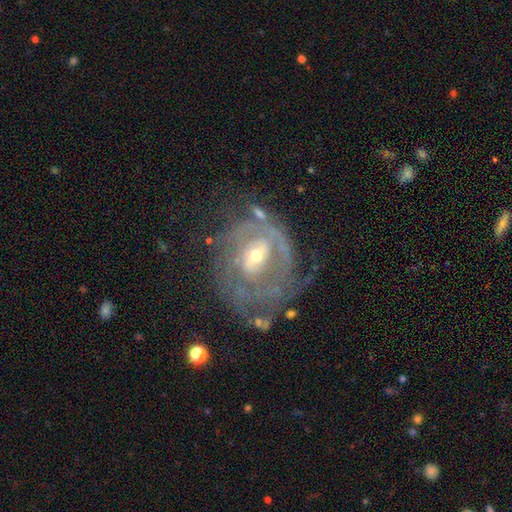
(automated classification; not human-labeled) Smooth or featured? featured or disk (80%)
Edge-on disk? no (96%)
Bar? weak (44%)
Spiral arms? yes (72%)
Spiral winding? tight (59%)
Spiral arm count? can't tell (46%)
Bulge size? moderate (49%)
Merging? none (45%)